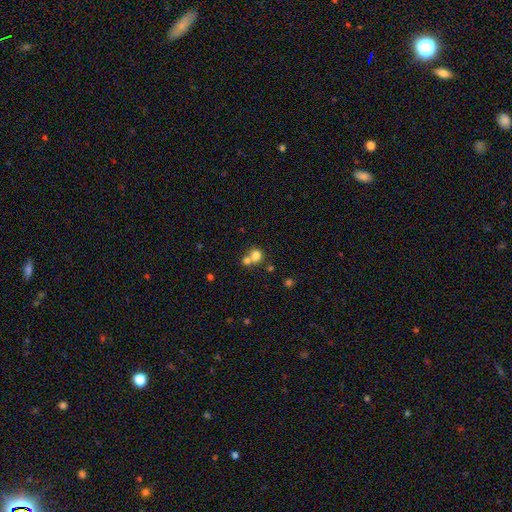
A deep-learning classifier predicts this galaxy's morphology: Smooth or featured?
  - smooth: 75% *
  - star or artifact: 13%
  - featured or disk: 12%
How rounded?
  - round: 77% *
  - in between: 22%
  - cigar-shaped: 1%
Merging?
  - merger: 53% *
  - none: 37%
  - minor disturbance: 6%
  - major disturbance: 4%